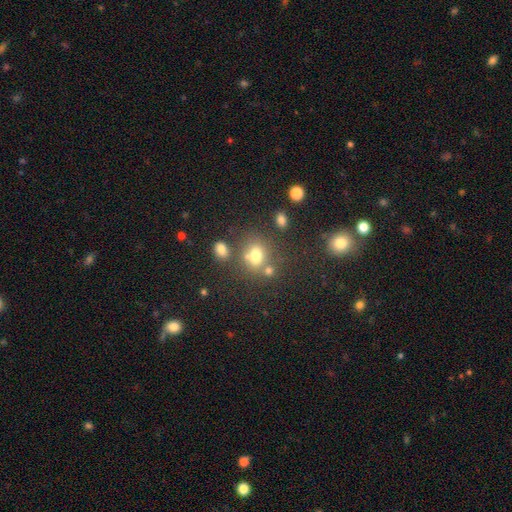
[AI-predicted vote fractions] Q: Smooth or featured?
A: smooth (70%); runner-up: star or artifact (18%)
Q: How rounded?
A: round (54%); runner-up: in between (44%)
Q: Merging?
A: none (56%); runner-up: merger (24%)